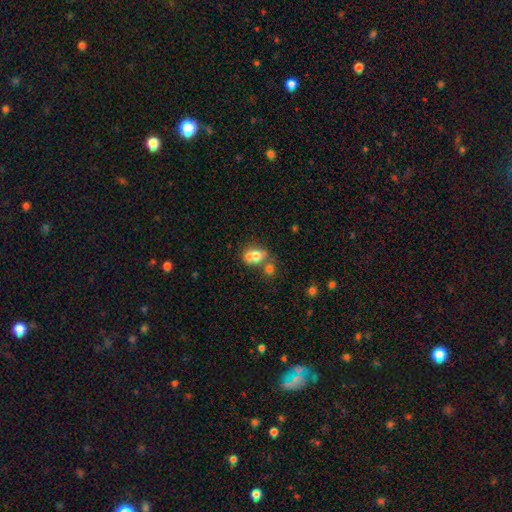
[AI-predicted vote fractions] Overall: smooth (70%). How rounded: in between (55%; round 44%). Merging: merger (51%; none 33%).